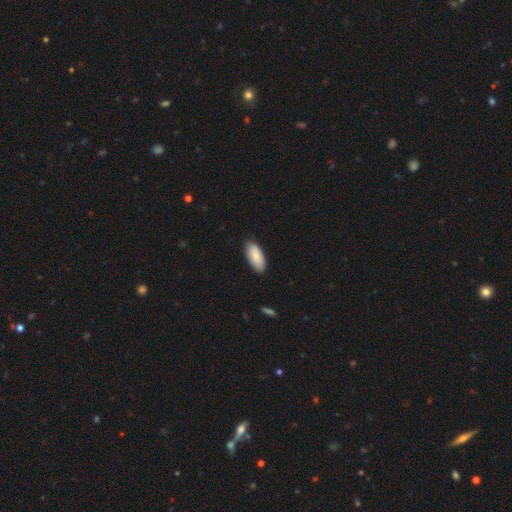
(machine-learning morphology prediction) Overall: smooth (86%). How rounded: in between (90%). Merging: none (85%).